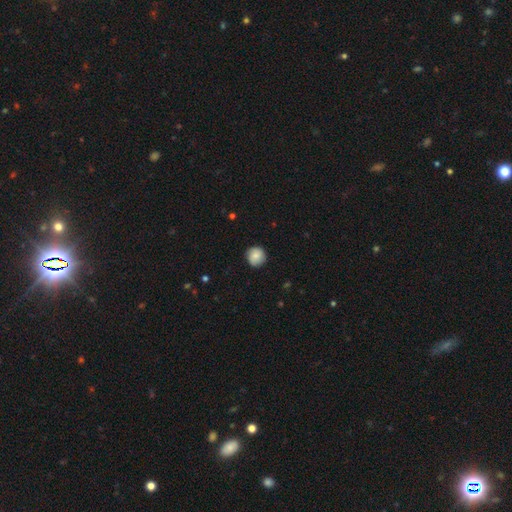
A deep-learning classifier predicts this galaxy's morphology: Smooth or featured: smooth — 77% (featured or disk — 15%)
How rounded: round — 92% (in between — 7%)
Merging: none — 84% (minor disturbance — 12%)